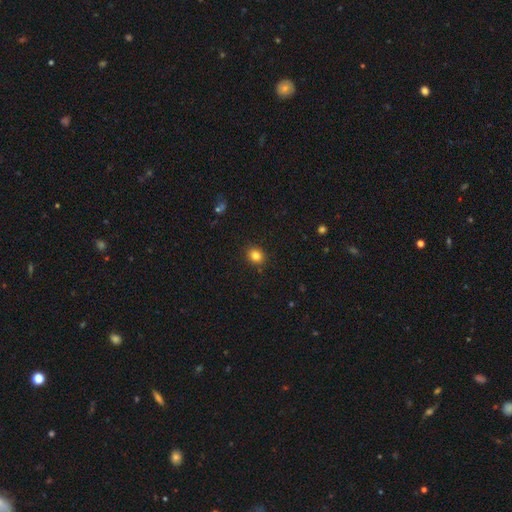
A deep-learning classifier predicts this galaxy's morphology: This is clearly a smooth galaxy (82%). How rounded: likely round (69%). Merging: clearly none (90%).